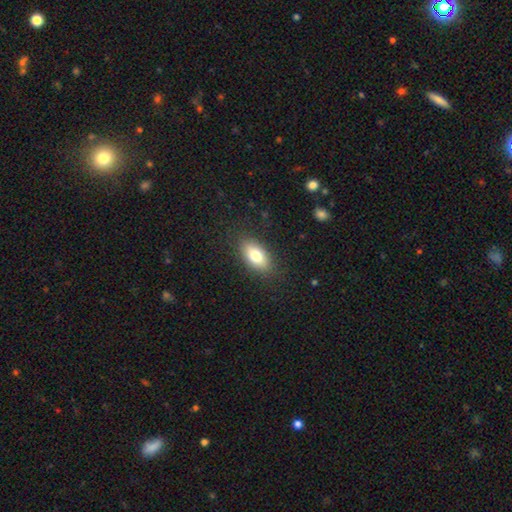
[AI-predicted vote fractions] Smooth or featured?
  - smooth: 77% *
  - featured or disk: 15%
  - star or artifact: 8%
How rounded?
  - in between: 89% *
  - round: 6%
  - cigar-shaped: 5%
Merging?
  - none: 86% *
  - minor disturbance: 10%
  - major disturbance: 3%
  - merger: 1%